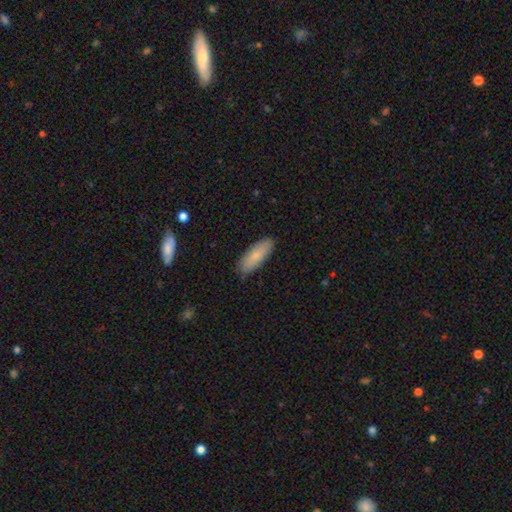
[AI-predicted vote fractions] smooth 79%, featured or disk 15%, star or artifact 6%. Down the decision tree: how rounded — in between (67%); merging — none (87%).